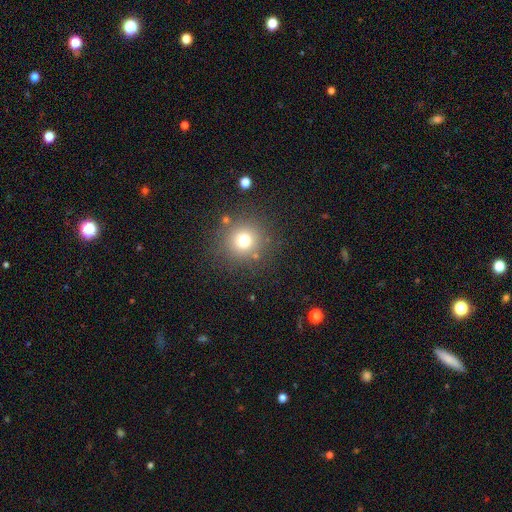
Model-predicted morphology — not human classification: Overall: smooth (71%). How rounded: round (94%). Merging: none (87%).